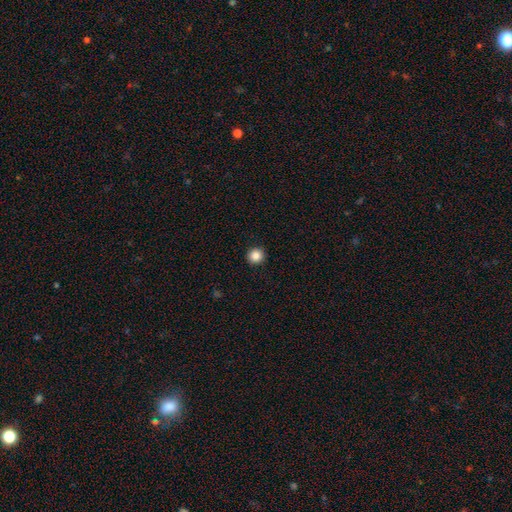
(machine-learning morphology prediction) type=smooth (86%); roundness=round (94%); merging=none (93%).